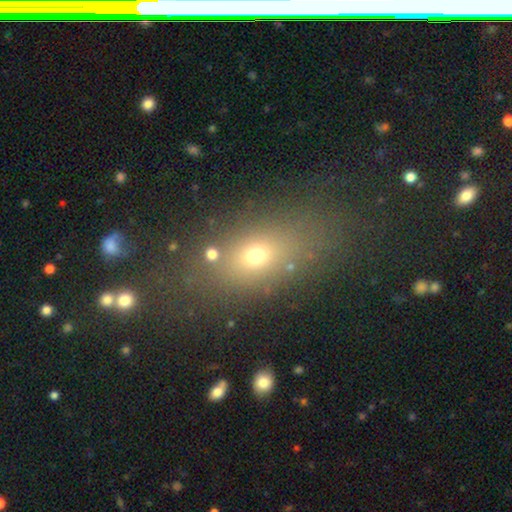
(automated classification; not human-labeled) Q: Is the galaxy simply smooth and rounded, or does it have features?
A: smooth — 61%.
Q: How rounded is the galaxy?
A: in between — 65%.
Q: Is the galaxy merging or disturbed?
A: none — 77%.